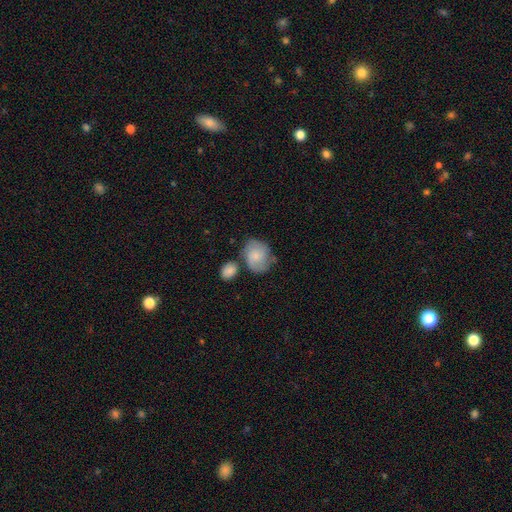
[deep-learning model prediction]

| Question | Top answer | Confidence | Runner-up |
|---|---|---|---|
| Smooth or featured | smooth | 55% | featured or disk (38%) |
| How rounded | in between | 50% | round (48%) |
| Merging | none | 53% | minor disturbance (22%) |